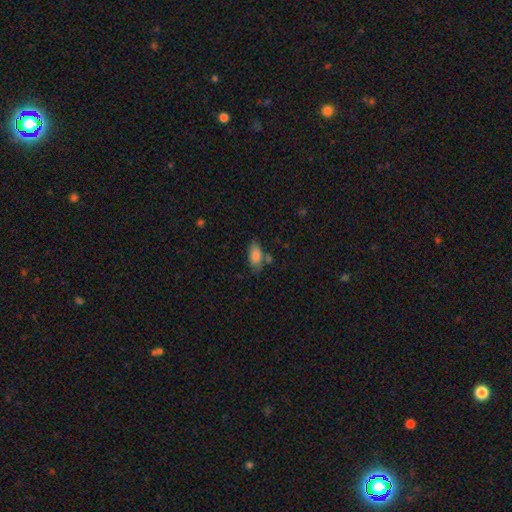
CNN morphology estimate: smooth 82%, featured or disk 10%, star or artifact 8%. Down the decision tree: how rounded — in between (88%); merging — none (61%).